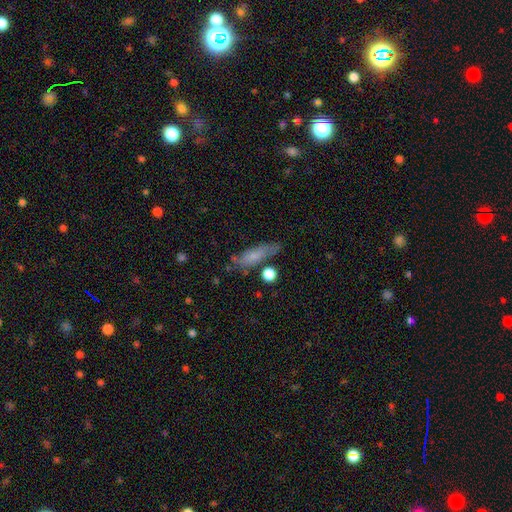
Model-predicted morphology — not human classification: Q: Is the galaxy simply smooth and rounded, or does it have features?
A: smooth — 70%.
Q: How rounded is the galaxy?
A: cigar-shaped — 55%.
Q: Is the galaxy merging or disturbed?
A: none — 62%.